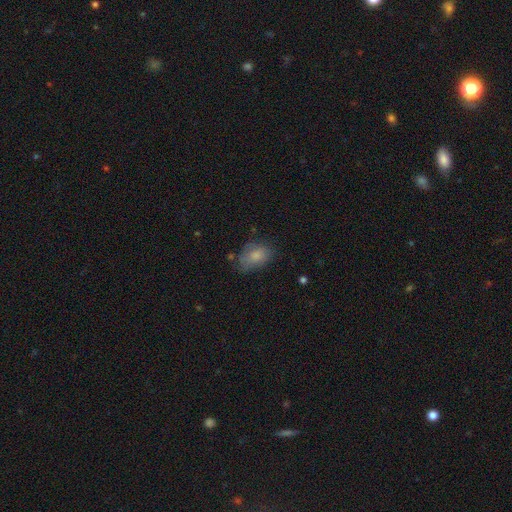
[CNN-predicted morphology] Q: Smooth or featured?
A: smooth (79%); runner-up: featured or disk (13%)
Q: How rounded?
A: in between (86%); runner-up: round (13%)
Q: Merging?
A: none (59%); runner-up: minor disturbance (28%)